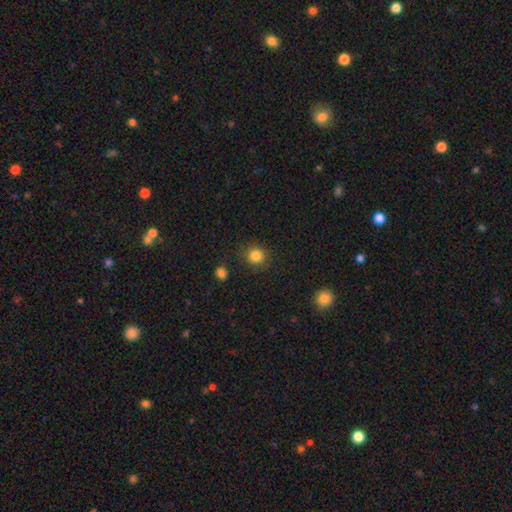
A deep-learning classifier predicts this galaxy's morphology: Smooth or featured? smooth (85%)
How rounded? round (88%)
Merging? none (87%)